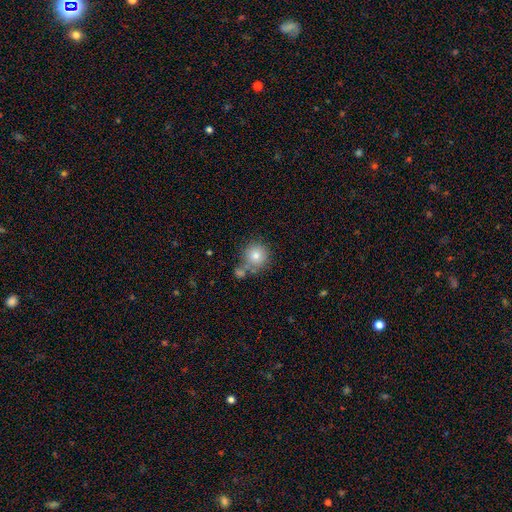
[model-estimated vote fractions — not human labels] Smooth or featured: smooth — 78% (featured or disk — 11%)
How rounded: round — 92% (in between — 7%)
Merging: none — 65% (merger — 19%)